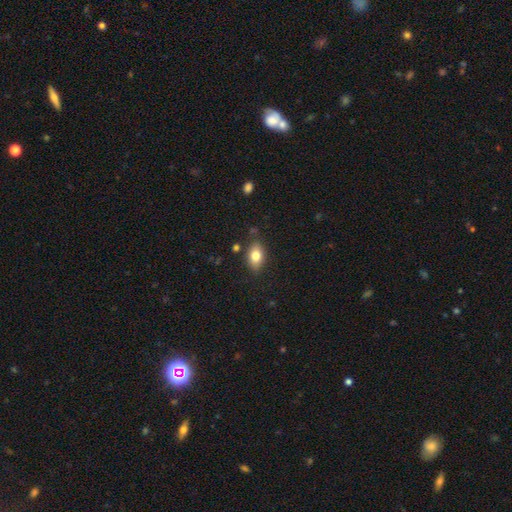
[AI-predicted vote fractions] Smooth or featured? smooth (79%)
How rounded? in between (85%)
Merging? none (81%)